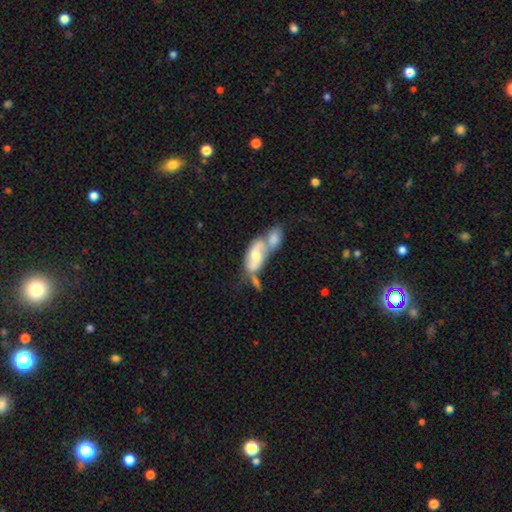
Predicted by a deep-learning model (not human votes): A featured or disk galaxy (48%). Merging: merger (69%).